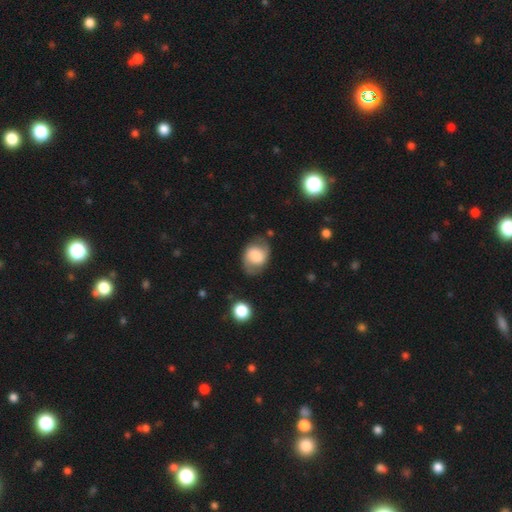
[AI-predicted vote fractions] Overall: smooth (52%; featured or disk 39%). How rounded: in between (61%; round 37%). Merging: none (66%).